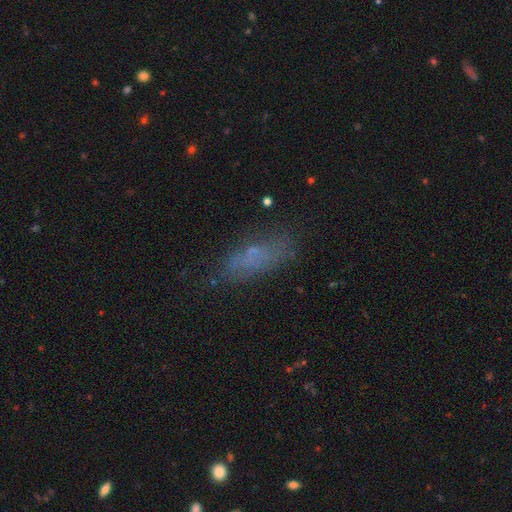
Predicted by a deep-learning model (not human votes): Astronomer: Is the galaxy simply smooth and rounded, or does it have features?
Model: smooth — 61%.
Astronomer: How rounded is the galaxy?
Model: in between — 61%.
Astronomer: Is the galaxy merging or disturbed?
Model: none — 68%.